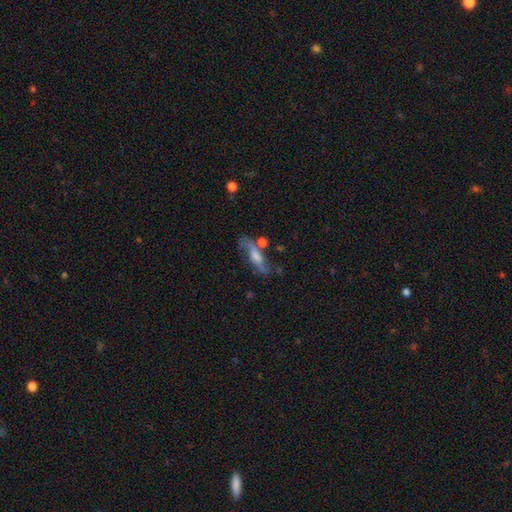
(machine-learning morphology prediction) A featured or disk galaxy (64%). Merging: none (60%).